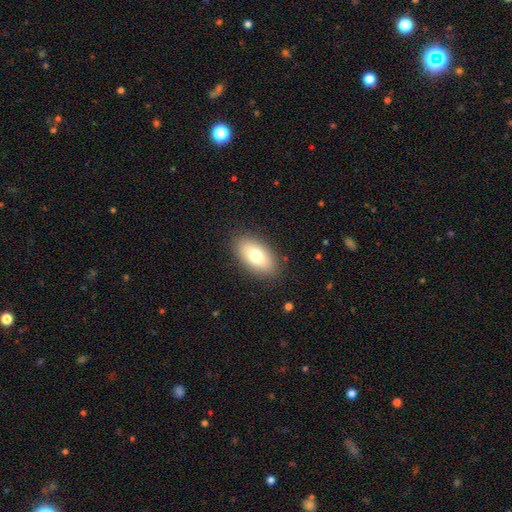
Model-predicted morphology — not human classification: Smooth or featured? smooth (76%)
How rounded? in between (92%)
Merging? none (86%)